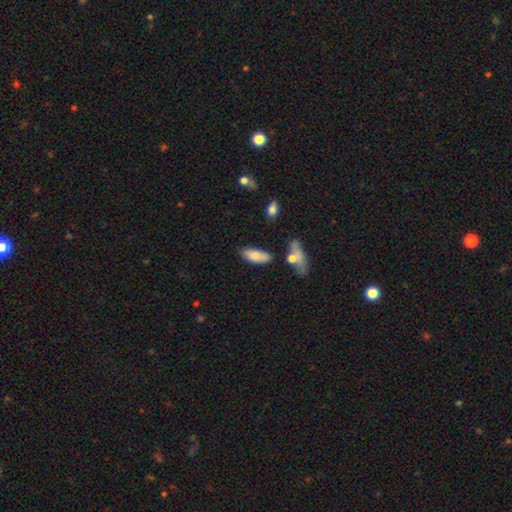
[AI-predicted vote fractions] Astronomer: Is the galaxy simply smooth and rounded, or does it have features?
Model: smooth — 81%.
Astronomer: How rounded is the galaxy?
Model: in between — 77%.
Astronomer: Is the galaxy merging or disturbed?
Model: none — 69%.